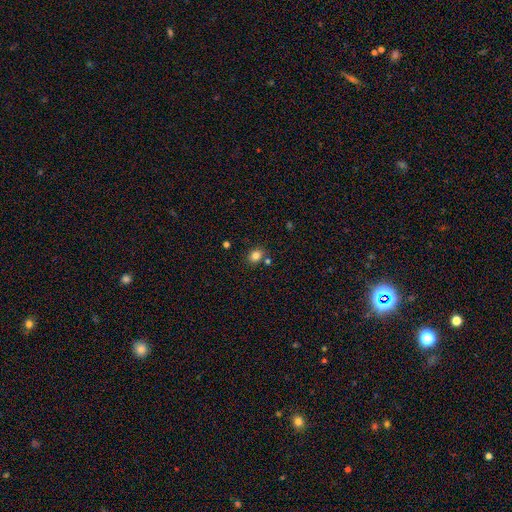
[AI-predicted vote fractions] smooth_or_featured: smooth (p=0.83) [alt: star or artifact p=0.12]
how_rounded: round (p=0.50) [alt: in between p=0.49]
merging: none (p=0.76) [alt: minor disturbance p=0.12]